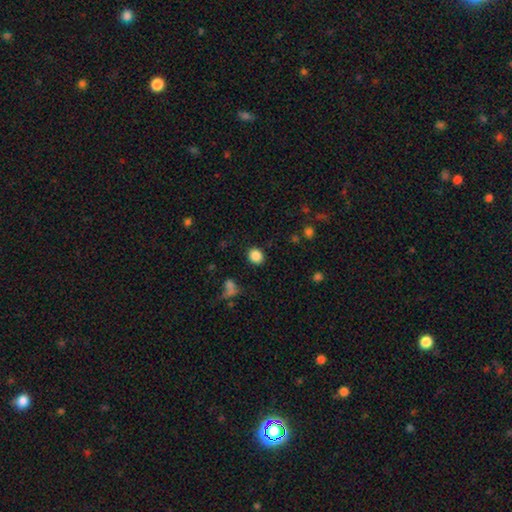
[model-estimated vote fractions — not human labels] This is clearly a smooth galaxy (86%). How rounded: likely round (76%). Merging: clearly none (88%).